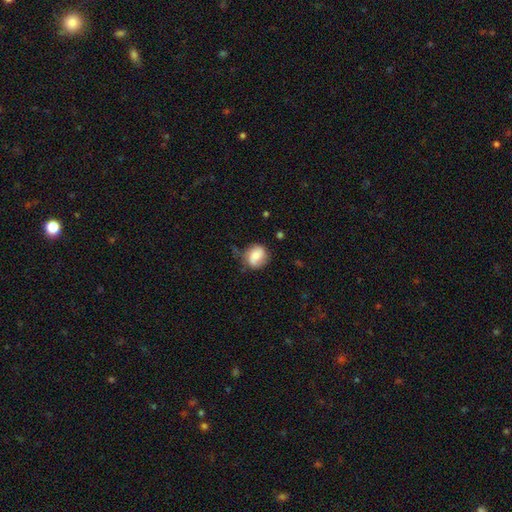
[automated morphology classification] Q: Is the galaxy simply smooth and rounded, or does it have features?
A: smooth — 69%.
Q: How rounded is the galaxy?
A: round — 71%.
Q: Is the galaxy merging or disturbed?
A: none — 62%.